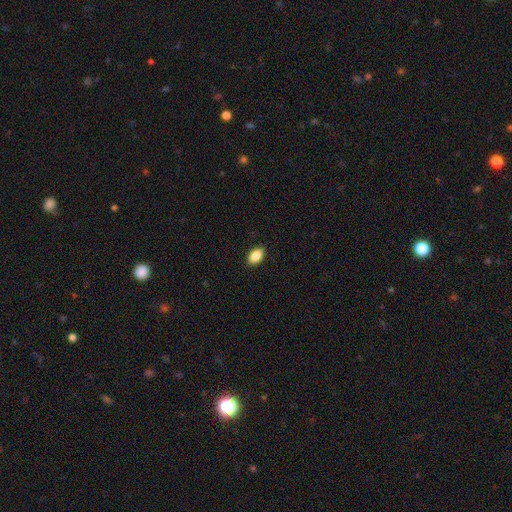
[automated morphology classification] smooth_or_featured: smooth (p=0.88) [alt: star or artifact p=0.07]
how_rounded: in between (p=0.91) [alt: round p=0.07]
merging: none (p=0.89) [alt: minor disturbance p=0.08]